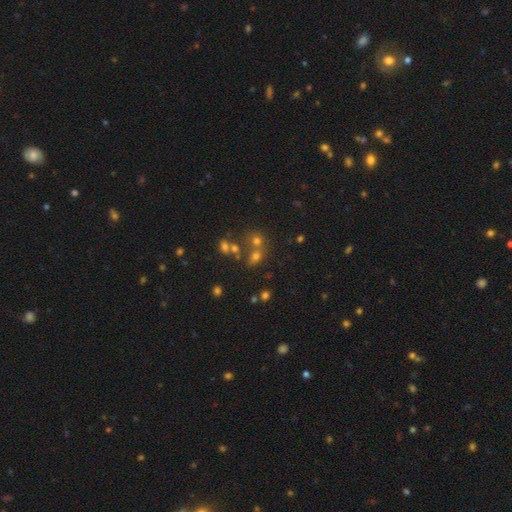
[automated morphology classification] Overall: smooth (48%; star or artifact 37%). Merging: none (49%; merger 38%).